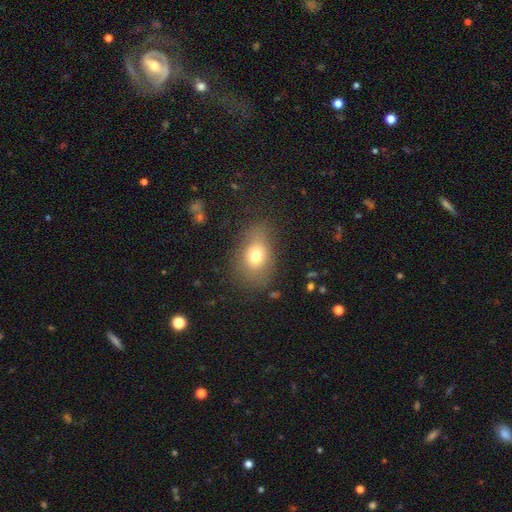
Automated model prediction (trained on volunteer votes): smooth 72%, featured or disk 16%, star or artifact 12%. Down the decision tree: how rounded — in between (71%); merging — none (63%).